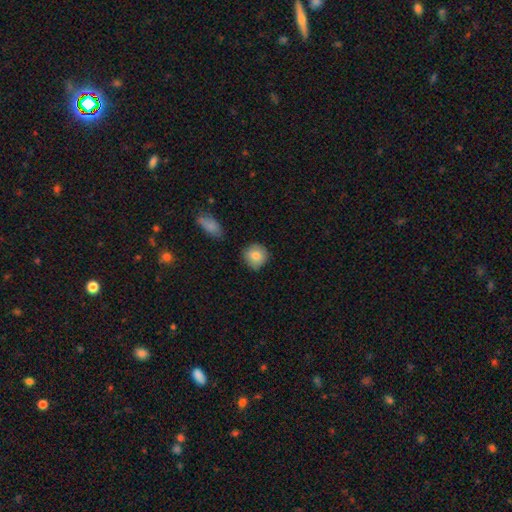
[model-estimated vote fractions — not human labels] smooth-or-featured: smooth: 83% | featured or disk: 9% | star or artifact: 8%
  how-rounded: round: 91% | in between: 8% | cigar-shaped: 1%
  merging: none: 83% | minor disturbance: 11% | merger: 3% | major disturbance: 2%